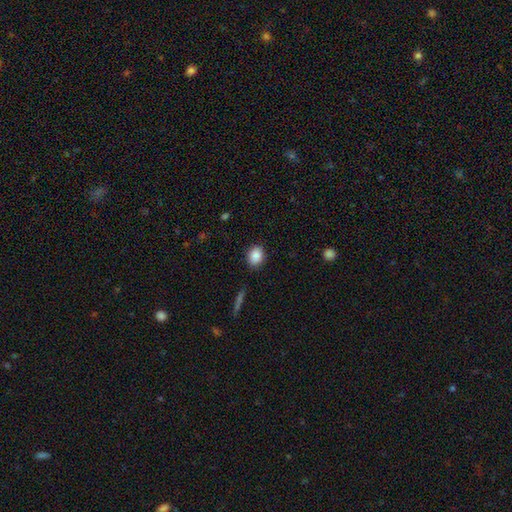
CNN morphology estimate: smooth-or-featured: smooth: 87% | star or artifact: 8% | featured or disk: 5%
  how-rounded: in between: 50% | round: 49% | cigar-shaped: 1%
  merging: none: 86% | minor disturbance: 10% | major disturbance: 3% | merger: 1%